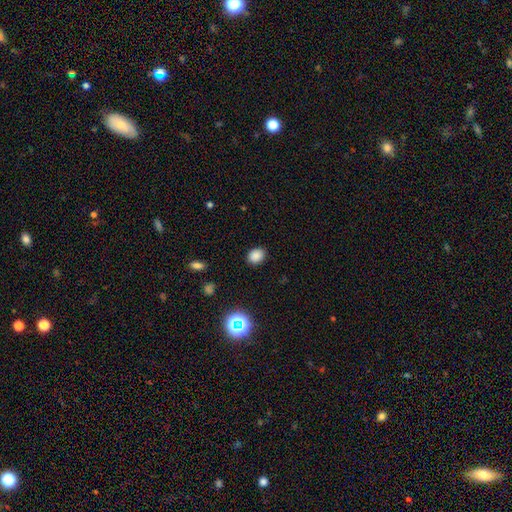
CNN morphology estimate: This is clearly a smooth galaxy (84%). How rounded: possibly in between (56%). Merging: clearly none (87%).